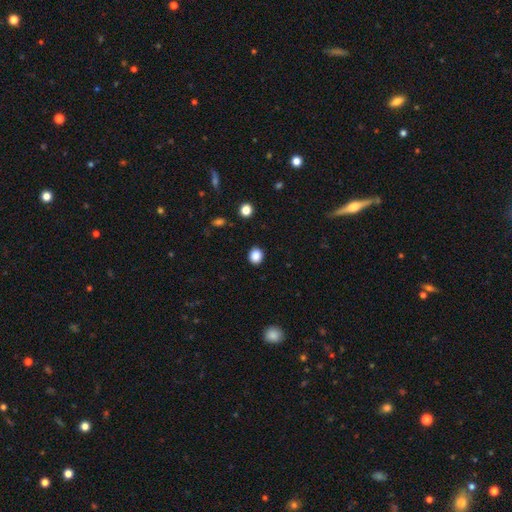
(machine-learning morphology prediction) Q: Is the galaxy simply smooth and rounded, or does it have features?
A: smooth — 87%.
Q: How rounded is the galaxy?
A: round — 74%.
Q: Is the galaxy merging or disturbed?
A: none — 91%.